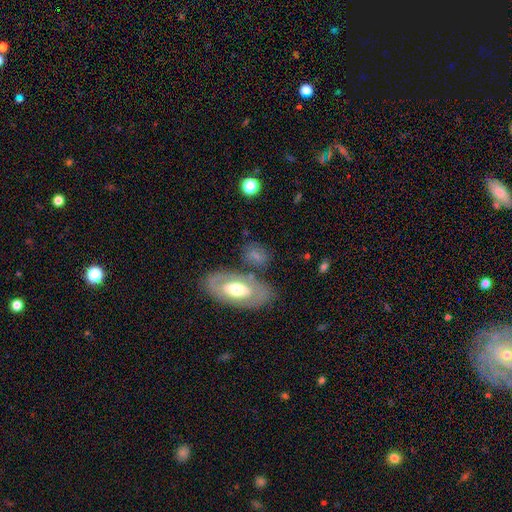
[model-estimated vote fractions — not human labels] smooth 54%, featured or disk 38%, star or artifact 8%. Down the decision tree: how rounded — in between (77%); merging — none (68%).